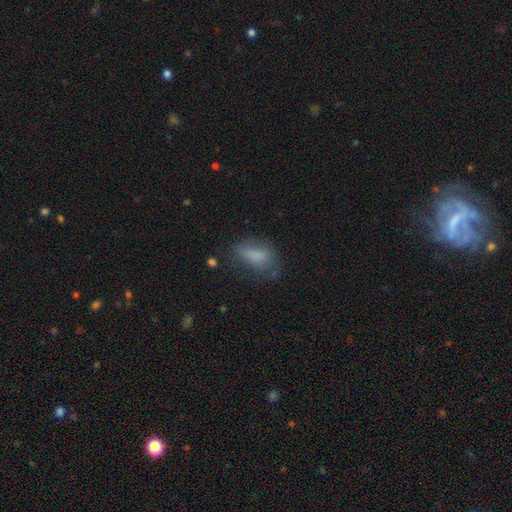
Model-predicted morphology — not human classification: smooth 72%, featured or disk 16%, star or artifact 12%. Down the decision tree: how rounded — in between (80%); merging — none (46%).